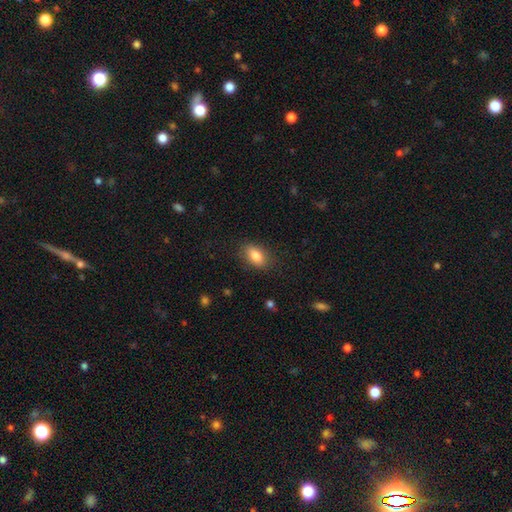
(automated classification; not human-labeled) Overall: smooth (83%). How rounded: in between (88%). Merging: none (83%).